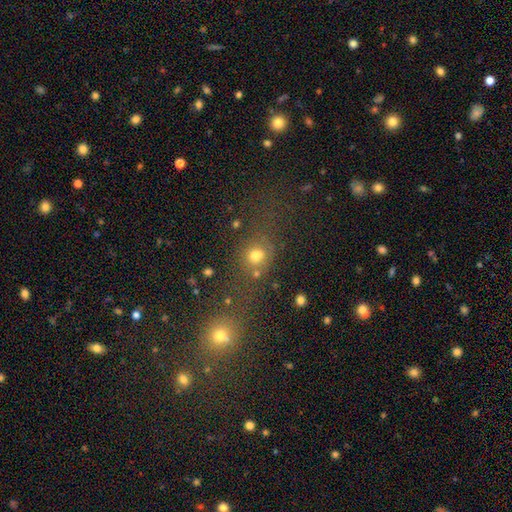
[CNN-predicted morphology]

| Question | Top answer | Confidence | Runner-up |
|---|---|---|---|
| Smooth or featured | smooth | 67% | star or artifact (21%) |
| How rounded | round | 65% | in between (32%) |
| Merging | none | 49% | merger (29%) |